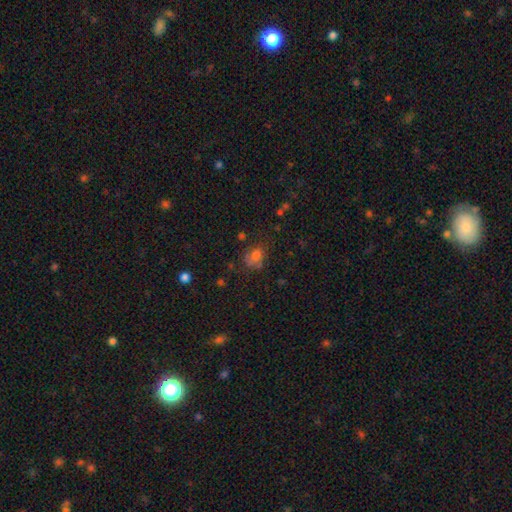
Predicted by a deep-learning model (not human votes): Morphology: type=smooth (66%); roundness=round (54%); merging=none (49%).